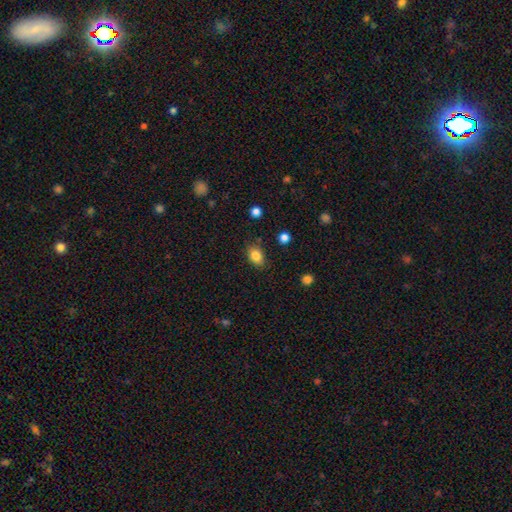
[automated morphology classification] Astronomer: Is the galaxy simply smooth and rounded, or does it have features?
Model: smooth — 84%.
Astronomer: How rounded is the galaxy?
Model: in between — 78%.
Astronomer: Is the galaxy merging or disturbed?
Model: none — 81%.